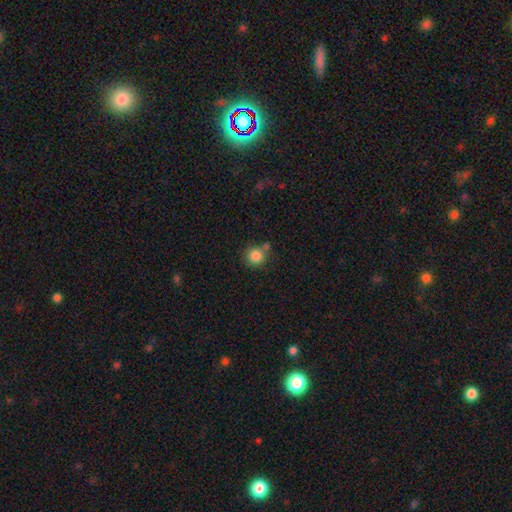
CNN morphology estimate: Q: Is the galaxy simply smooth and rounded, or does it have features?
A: smooth — 85%.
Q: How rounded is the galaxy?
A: round — 91%.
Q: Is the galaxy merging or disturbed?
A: none — 64%.